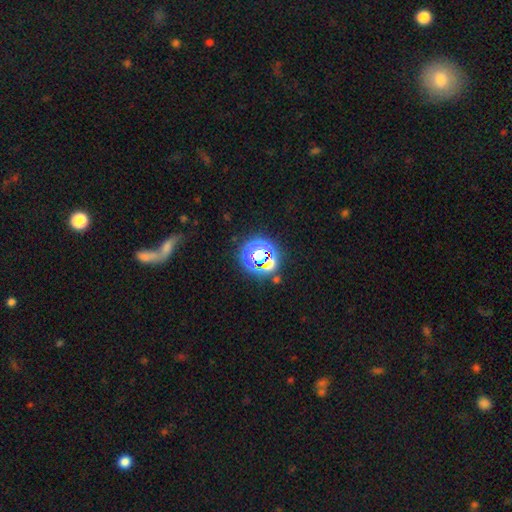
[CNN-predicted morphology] star or artifact 62%, smooth 27%, featured or disk 12%.